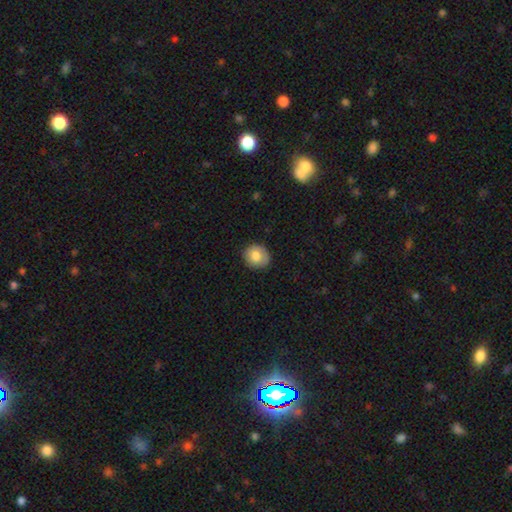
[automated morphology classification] Smooth or featured? smooth (79%)
How rounded? round (85%)
Merging? none (86%)